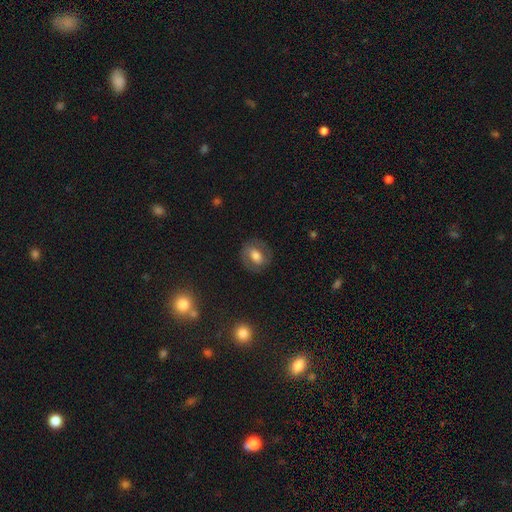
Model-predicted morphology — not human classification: A smooth galaxy with no disk features (57%) that is round (50%). Merging: none (81%).